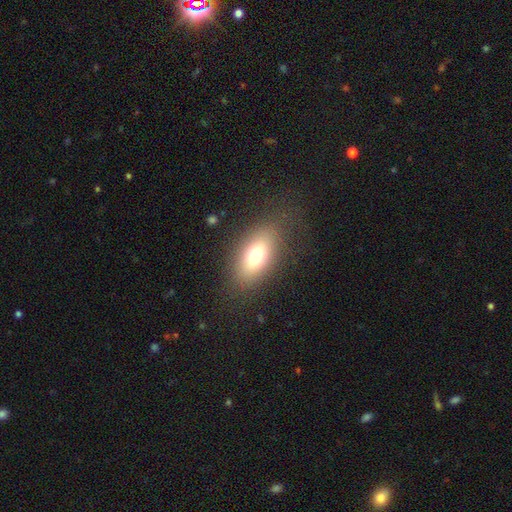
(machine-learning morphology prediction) type=smooth (72%); roundness=in between (84%); merging=none (79%).